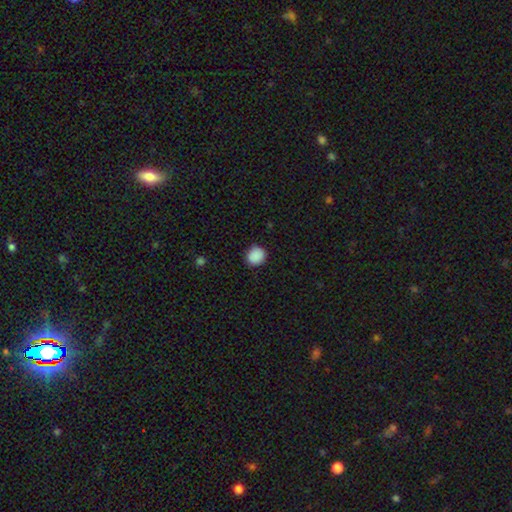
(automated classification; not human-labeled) This appears to be a smooth galaxy with no disk features (89%) that is round (86%). Merging: none (88%).